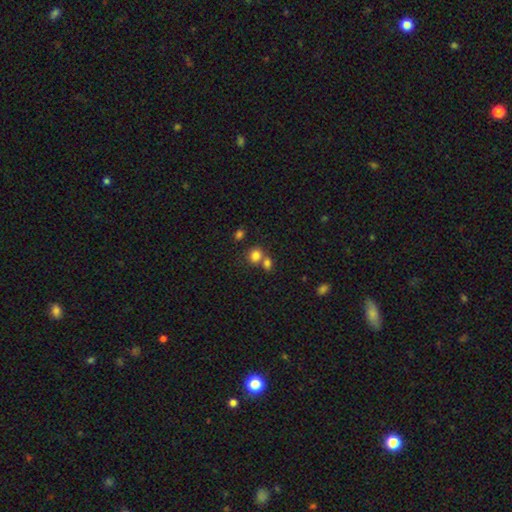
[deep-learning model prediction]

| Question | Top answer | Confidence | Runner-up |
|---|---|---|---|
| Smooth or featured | smooth | 81% | star or artifact (12%) |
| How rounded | round | 69% | in between (30%) |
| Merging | none | 47% | merger (42%) |